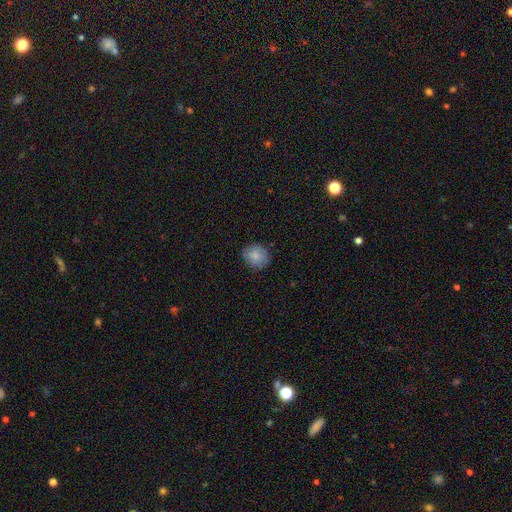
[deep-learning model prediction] The model was most divided on "how rounded": round: 72%, in between: 27%, cigar-shaped: 1%. More confident: smooth or featured — smooth (84%); merging — none (83%).